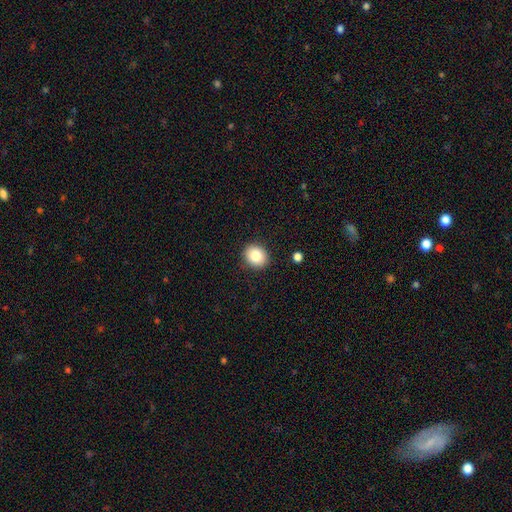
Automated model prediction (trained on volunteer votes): Smooth or featured? Predicted: smooth (p=0.84). How rounded? Predicted: round (p=0.66). Merging? Predicted: none (p=0.89).